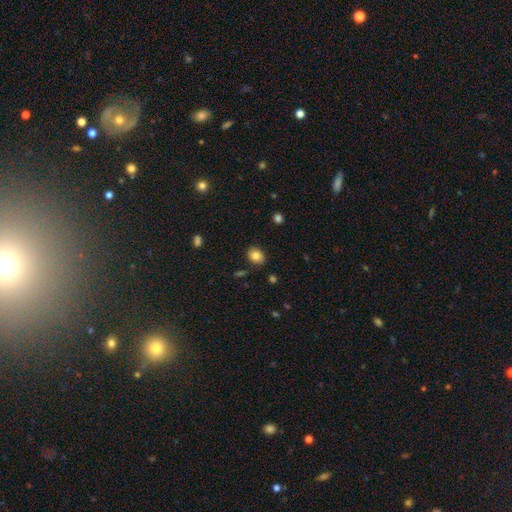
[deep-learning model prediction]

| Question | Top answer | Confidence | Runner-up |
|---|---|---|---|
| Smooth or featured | smooth | 83% | star or artifact (9%) |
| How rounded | in between | 56% | round (43%) |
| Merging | none | 83% | minor disturbance (13%) |